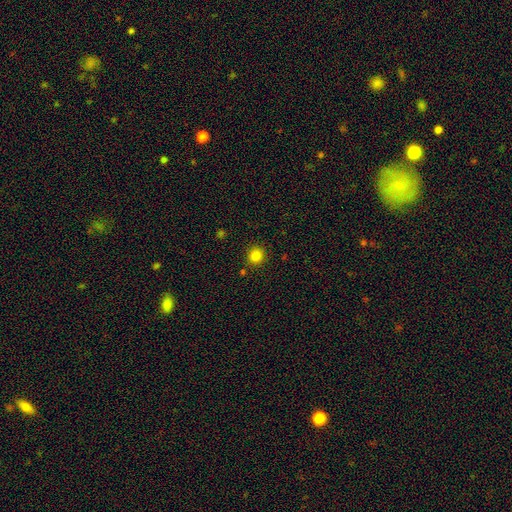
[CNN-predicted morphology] Q: Smooth or featured?
A: smooth (83%); runner-up: star or artifact (13%)
Q: How rounded?
A: round (91%); runner-up: in between (8%)
Q: Merging?
A: none (89%); runner-up: minor disturbance (6%)